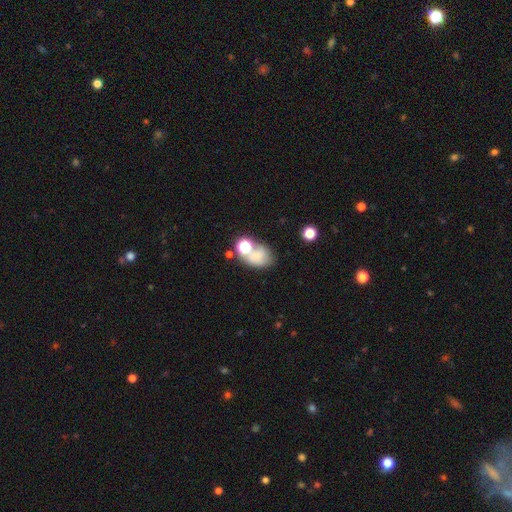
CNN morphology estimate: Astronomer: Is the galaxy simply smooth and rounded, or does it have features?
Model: smooth — 61%.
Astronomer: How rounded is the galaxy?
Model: in between — 64%.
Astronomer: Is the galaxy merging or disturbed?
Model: merger — 38% (runner-up: none, 33%).